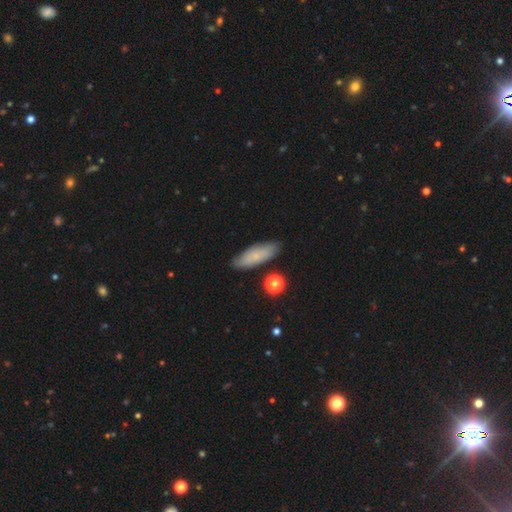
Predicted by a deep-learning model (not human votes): Smooth or featured: smooth — 75% (featured or disk — 17%)
How rounded: in between — 56% (cigar-shaped — 41%)
Merging: none — 84% (minor disturbance — 12%)